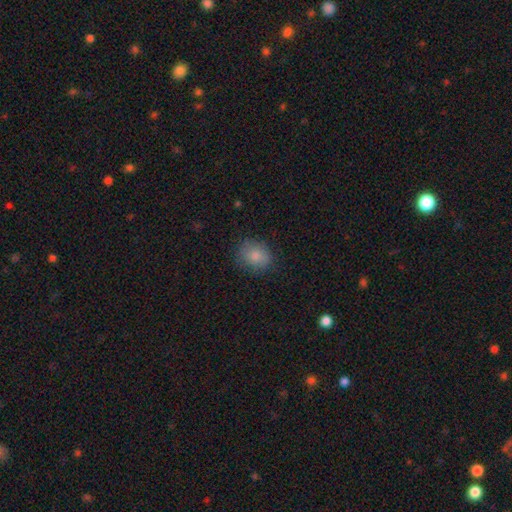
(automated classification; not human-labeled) Smooth or featured?
  - smooth: 84% *
  - star or artifact: 9%
  - featured or disk: 7%
How rounded?
  - round: 58% *
  - in between: 41%
  - cigar-shaped: 1%
Merging?
  - none: 80% *
  - minor disturbance: 15%
  - major disturbance: 4%
  - merger: 1%